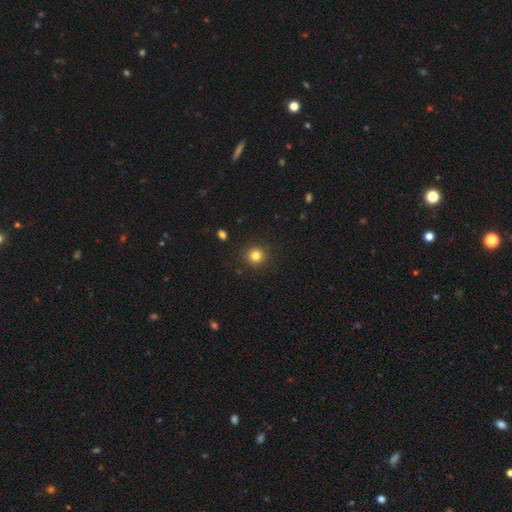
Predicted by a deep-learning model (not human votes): Overall: smooth (81%). How rounded: round (94%). Merging: none (91%).